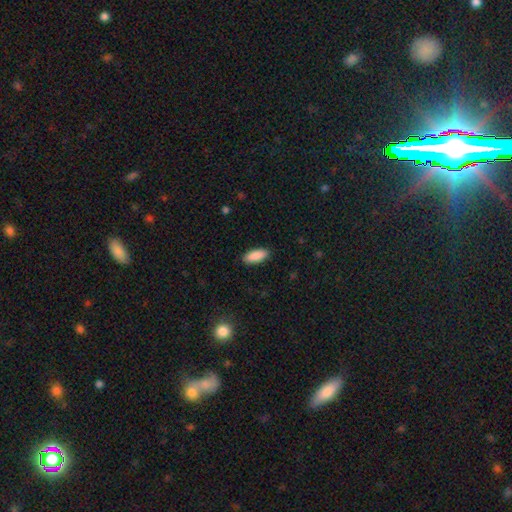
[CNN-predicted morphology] Smooth or featured: smooth — 90% (star or artifact — 6%)
How rounded: in between — 76% (cigar-shaped — 22%)
Merging: none — 90% (minor disturbance — 8%)